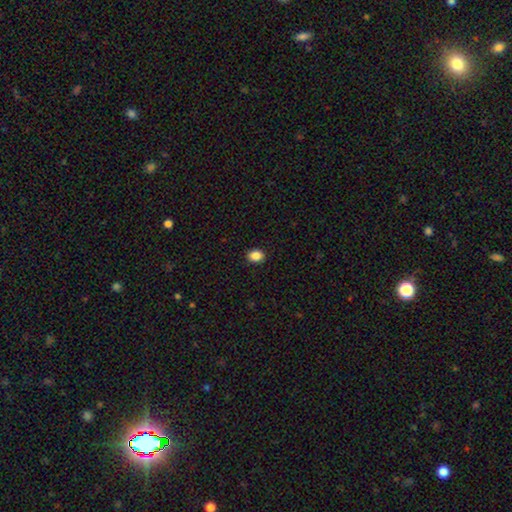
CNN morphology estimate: smooth-or-featured: smooth: 87% | star or artifact: 9% | featured or disk: 3%
  how-rounded: in between: 54% | round: 45% | cigar-shaped: 1%
  merging: none: 91% | minor disturbance: 6% | major disturbance: 2% | merger: 1%